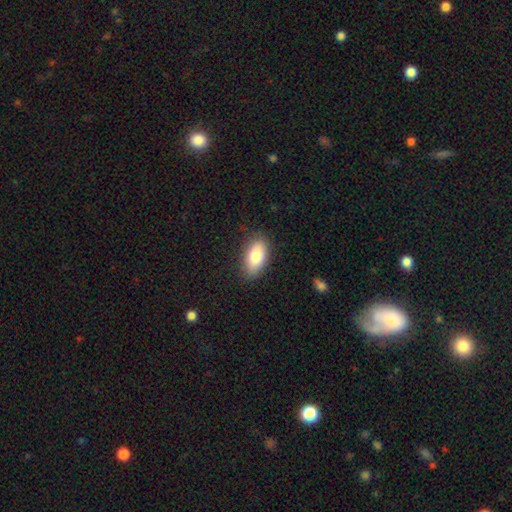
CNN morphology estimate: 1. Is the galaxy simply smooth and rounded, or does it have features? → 82% smooth, 11% featured or disk, 7% star or artifact.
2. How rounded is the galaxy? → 90% in between, 6% cigar-shaped, 4% round.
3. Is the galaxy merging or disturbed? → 85% none, 11% minor disturbance, 3% major disturbance, 1% merger.